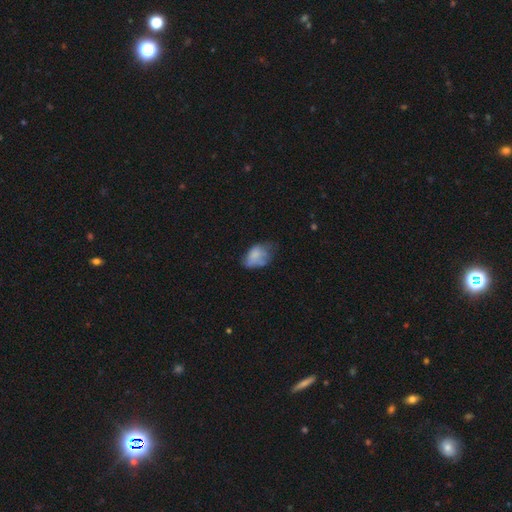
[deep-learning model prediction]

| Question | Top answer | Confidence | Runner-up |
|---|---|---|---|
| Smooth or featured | smooth | 69% | featured or disk (22%) |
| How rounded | in between | 83% | round (16%) |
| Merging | minor disturbance | 38% | none (34%) |